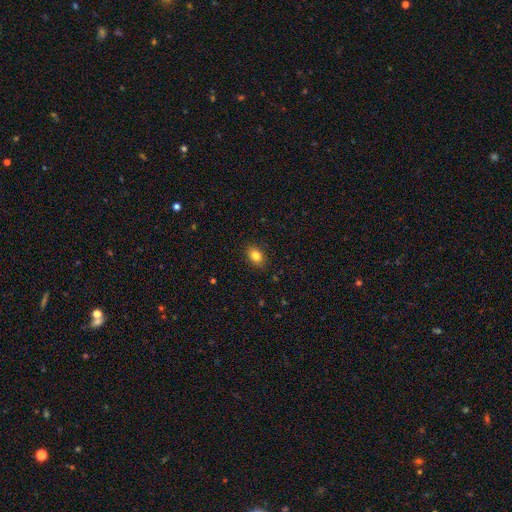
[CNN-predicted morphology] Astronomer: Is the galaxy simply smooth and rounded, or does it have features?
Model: smooth — 82%.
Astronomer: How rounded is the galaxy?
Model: in between — 77%.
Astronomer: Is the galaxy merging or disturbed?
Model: none — 88%.